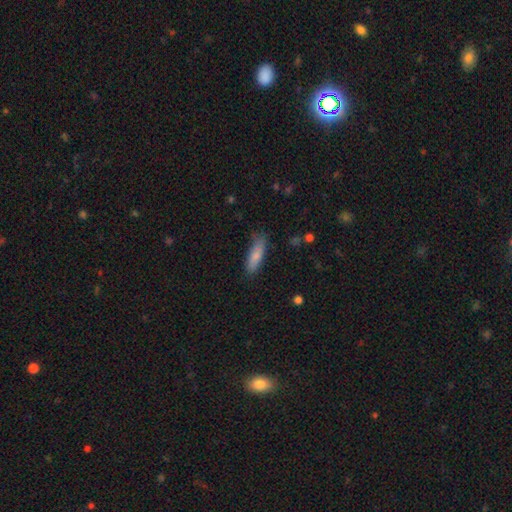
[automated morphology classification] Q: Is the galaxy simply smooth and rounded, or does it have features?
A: smooth — 80%.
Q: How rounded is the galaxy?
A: cigar-shaped — 53%.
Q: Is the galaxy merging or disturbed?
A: none — 73%.